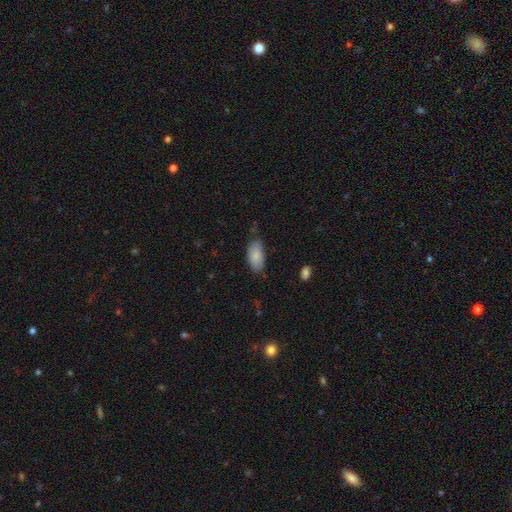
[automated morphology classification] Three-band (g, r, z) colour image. It shows a smooth galaxy with no disk features (85%) that is in between round and cigar-shaped (94%). Merging: none (73%).